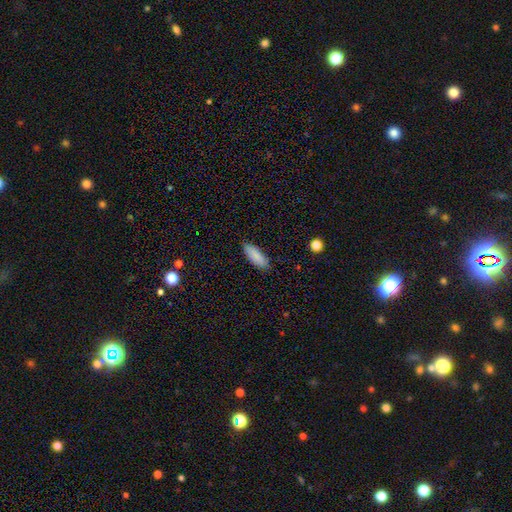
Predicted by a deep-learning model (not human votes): A smooth galaxy with no disk features (88%) that is in between round and cigar-shaped (66%). Merging: none (86%).